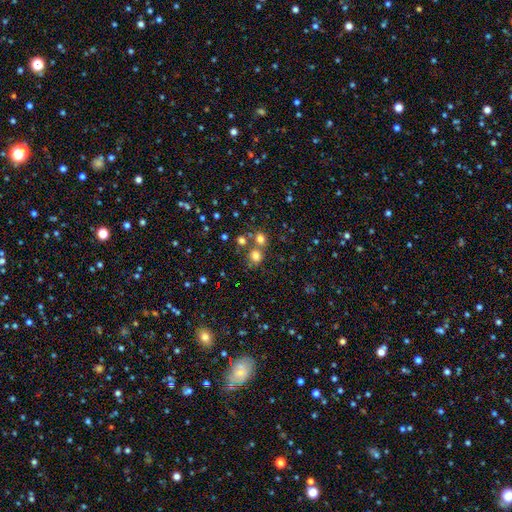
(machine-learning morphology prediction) smooth 75%, star or artifact 17%, featured or disk 8%. Down the decision tree: how rounded — round (82%); merging — none (62%).